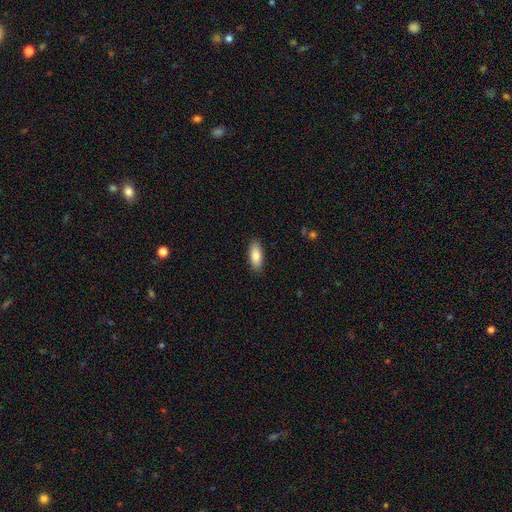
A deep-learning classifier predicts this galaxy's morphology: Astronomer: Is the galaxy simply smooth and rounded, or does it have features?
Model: smooth — 84%.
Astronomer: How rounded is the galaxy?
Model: in between — 75%.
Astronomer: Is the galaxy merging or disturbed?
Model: none — 88%.